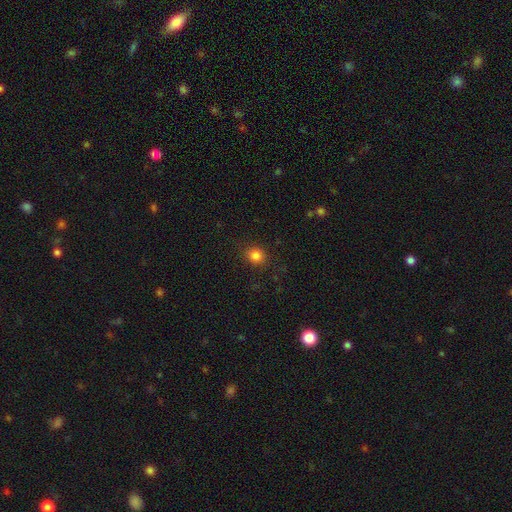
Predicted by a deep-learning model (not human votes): Q: Smooth or featured?
A: smooth (83%); runner-up: star or artifact (12%)
Q: How rounded?
A: round (78%); runner-up: in between (21%)
Q: Merging?
A: none (86%); runner-up: minor disturbance (9%)